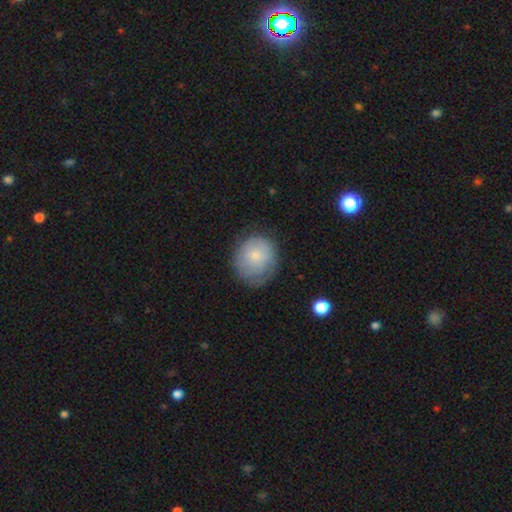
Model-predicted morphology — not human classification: Smooth or featured?
  - smooth: 68% *
  - featured or disk: 25%
  - star or artifact: 7%
How rounded?
  - round: 84% *
  - in between: 15%
  - cigar-shaped: 1%
Merging?
  - none: 64% *
  - minor disturbance: 26%
  - major disturbance: 9%
  - merger: 2%